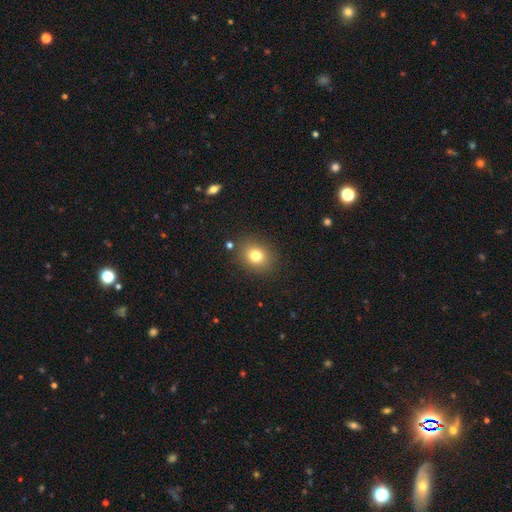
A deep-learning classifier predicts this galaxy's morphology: Smooth or featured? Predicted: smooth (p=0.78). How rounded? Predicted: round (p=0.67). Merging? Predicted: none (p=0.86).